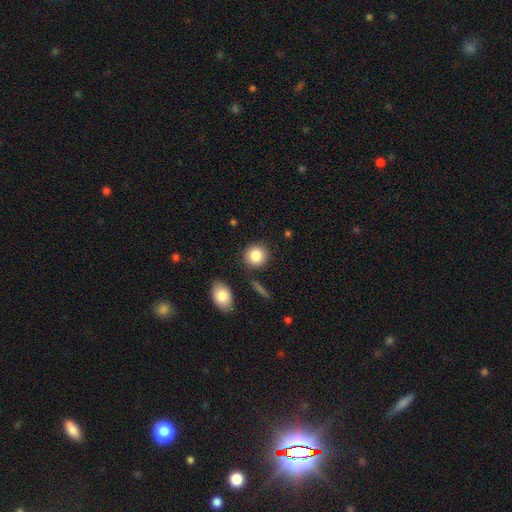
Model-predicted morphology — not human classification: A smooth galaxy with no disk features (84%) that is round (85%). Merging: none (84%).